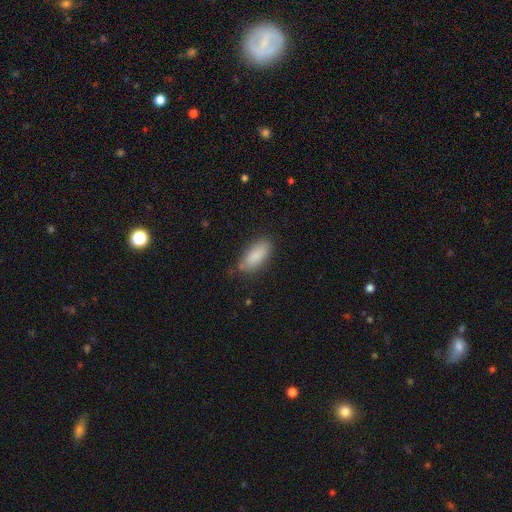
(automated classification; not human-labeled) Smooth or featured? Predicted: smooth (p=0.86). How rounded? Predicted: in between (p=0.84). Merging? Predicted: none (p=0.74).